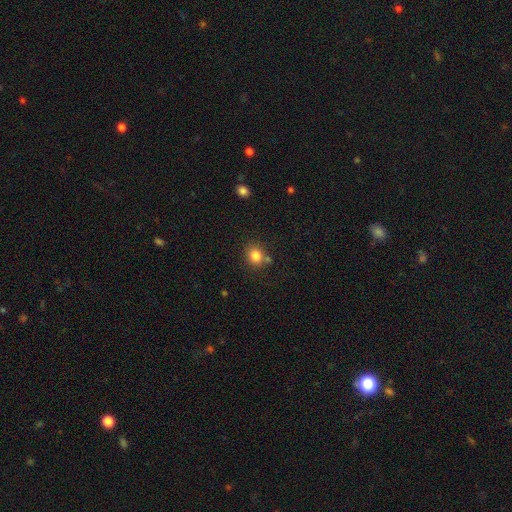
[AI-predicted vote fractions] This appears to be a smooth galaxy with no disk features (82%) that is round (73%). Merging: none (72%).